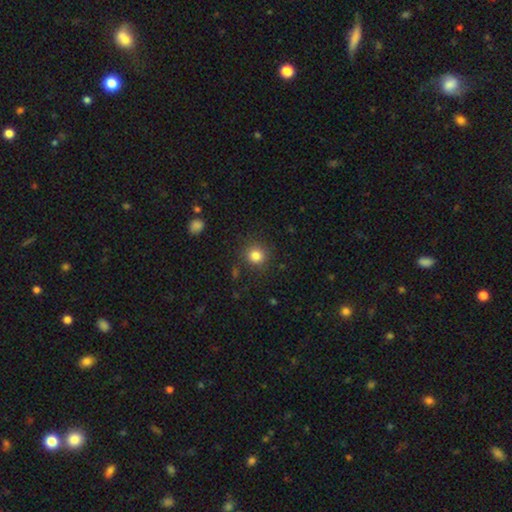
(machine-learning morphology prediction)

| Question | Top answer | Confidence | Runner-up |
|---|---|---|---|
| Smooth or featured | smooth | 83% | star or artifact (12%) |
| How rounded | round | 90% | in between (9%) |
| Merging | none | 86% | minor disturbance (9%) |